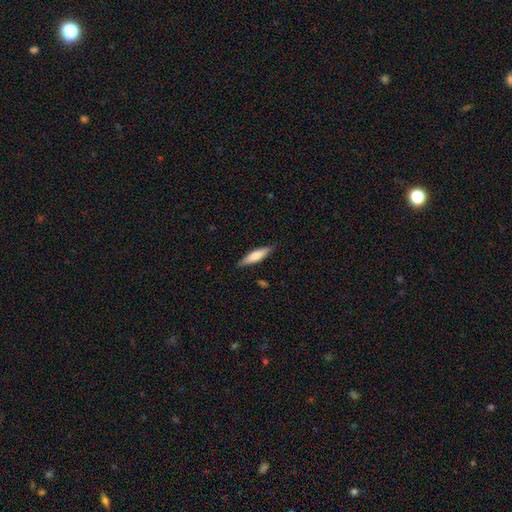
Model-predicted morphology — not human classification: smooth-or-featured: smooth: 66% | featured or disk: 28% | star or artifact: 5%
  how-rounded: cigar-shaped: 71% | in between: 27% | round: 2%
  merging: none: 86% | minor disturbance: 10% | major disturbance: 2% | merger: 1%